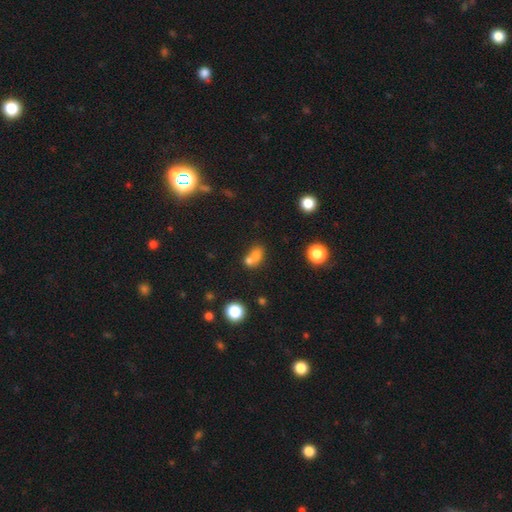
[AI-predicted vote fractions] Morphology: type=smooth (70%); roundness=in between (49%, tied with round); merging=merger (60%).